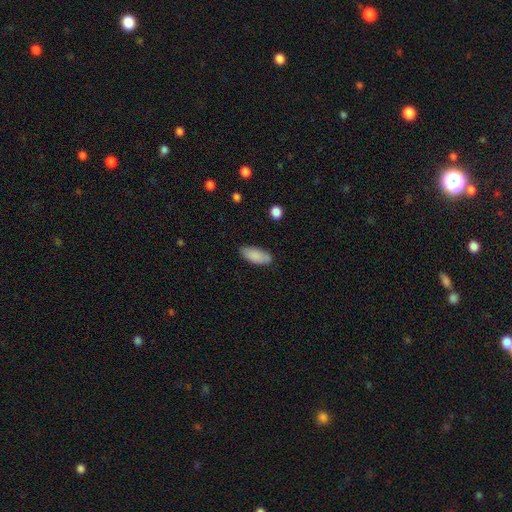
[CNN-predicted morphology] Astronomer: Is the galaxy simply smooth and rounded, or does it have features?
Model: smooth — 88%.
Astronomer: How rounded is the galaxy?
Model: in between — 84%.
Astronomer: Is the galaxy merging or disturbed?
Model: none — 81%.